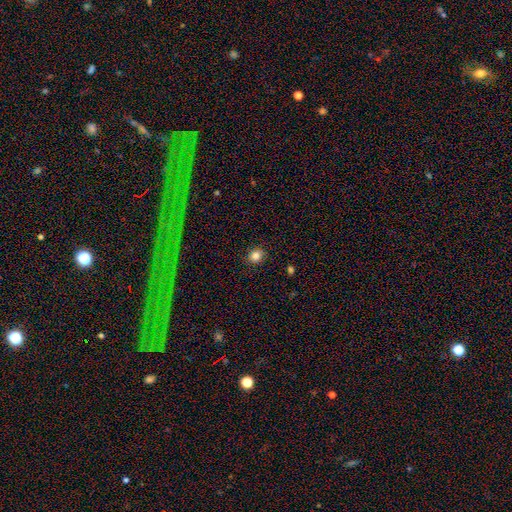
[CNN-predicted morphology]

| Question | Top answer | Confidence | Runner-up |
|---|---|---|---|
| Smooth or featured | smooth | 84% | star or artifact (11%) |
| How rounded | round | 70% | in between (29%) |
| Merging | none | 89% | minor disturbance (8%) |